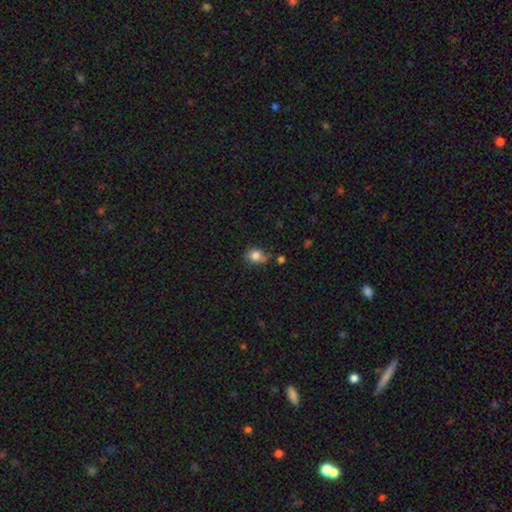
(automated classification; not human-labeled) A smooth galaxy with no disk features (81%) that is round (61%). Merging: none (60%).